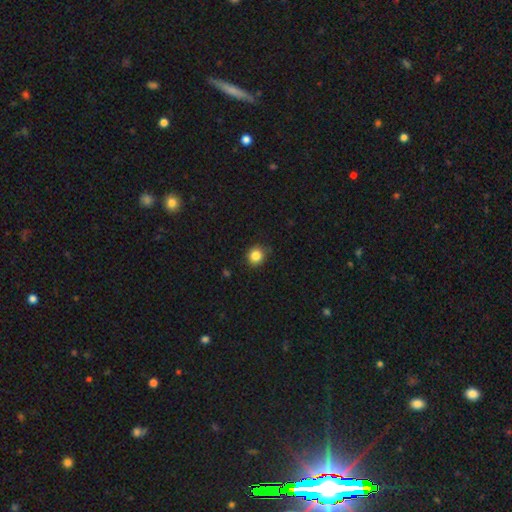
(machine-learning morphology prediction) This appears to be a smooth galaxy with no disk features (85%) that is round (86%). Merging: none (87%).